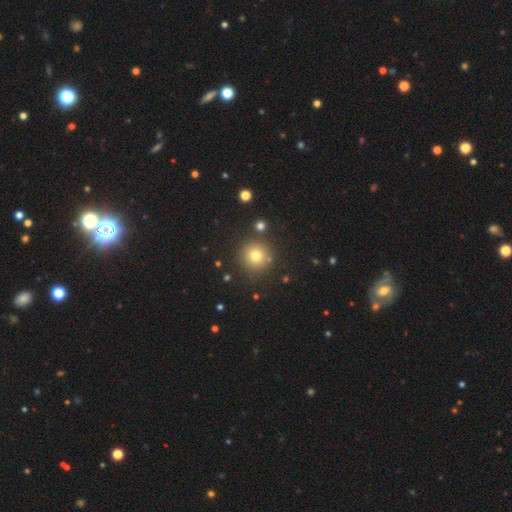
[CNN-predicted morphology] This is likely a smooth galaxy (75%). How rounded: clearly round (95%). Merging: clearly none (86%).